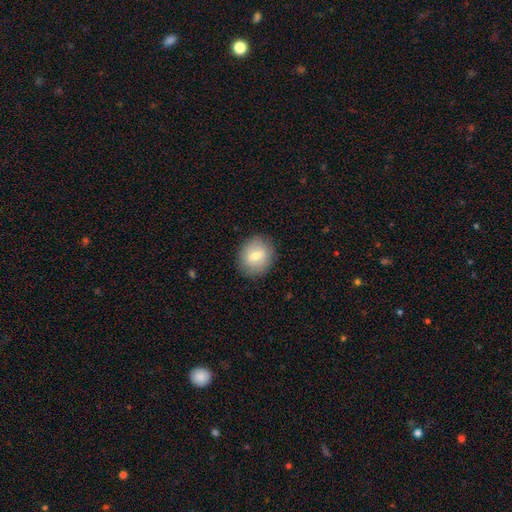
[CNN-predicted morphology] smooth-or-featured: smooth: 67% | featured or disk: 25% | star or artifact: 8%
  how-rounded: round: 70% | in between: 29% | cigar-shaped: 1%
  merging: none: 86% | minor disturbance: 10% | major disturbance: 3% | merger: 1%